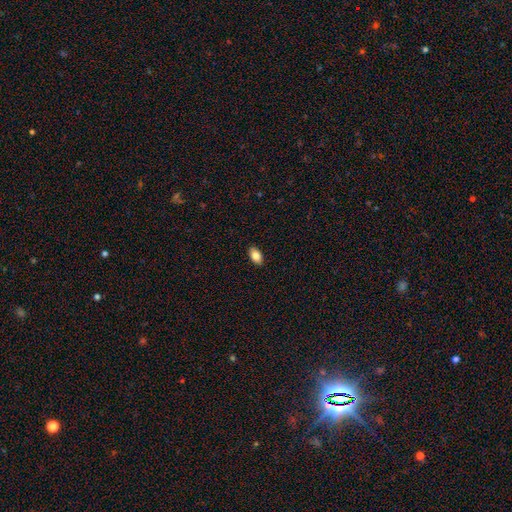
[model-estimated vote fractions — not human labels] This appears to be a smooth galaxy with no disk features (84%) that is in between round and cigar-shaped (92%). Merging: none (90%).